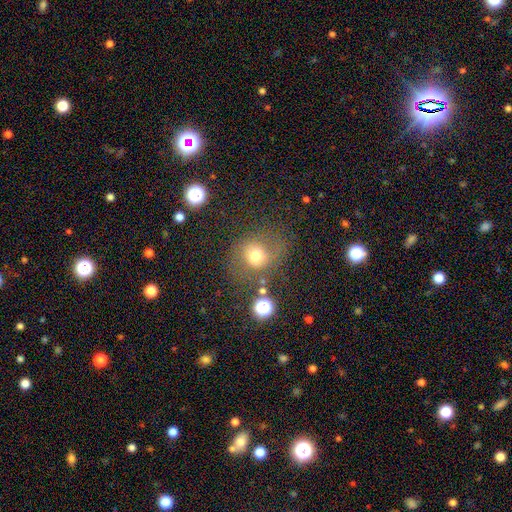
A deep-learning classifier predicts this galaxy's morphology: This appears to be a smooth galaxy with no disk features (60%) that is round (78%). Merging: none (58%).